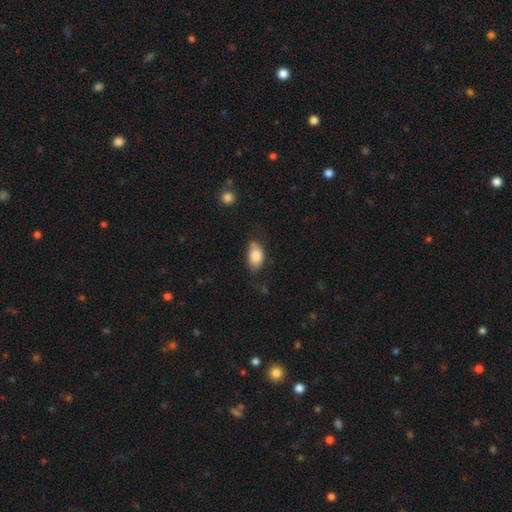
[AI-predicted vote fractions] smooth 84%, featured or disk 9%, star or artifact 7%. Down the decision tree: how rounded — in between (90%); merging — none (60%).